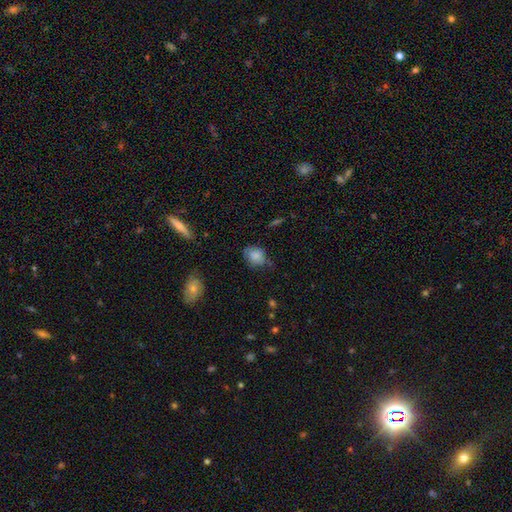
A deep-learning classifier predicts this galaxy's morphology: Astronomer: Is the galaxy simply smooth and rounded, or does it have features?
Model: smooth — 79%.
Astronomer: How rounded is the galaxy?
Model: in between — 59% (runner-up: round, 40%).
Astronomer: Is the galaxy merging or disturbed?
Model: none — 55% (runner-up: minor disturbance, 34%).